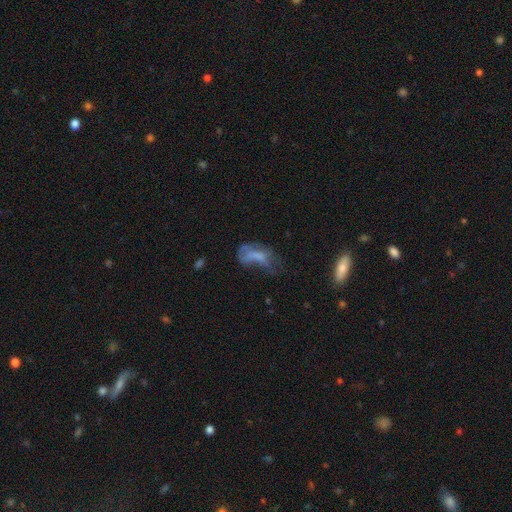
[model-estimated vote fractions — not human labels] A smooth galaxy with no disk features (48%).

Vote fractions:
- Smooth or featured? smooth: 48% / featured or disk: 38% / star or artifact: 14%
- Merging? major disturbance: 45% / none: 25% / minor disturbance: 21% / merger: 10%